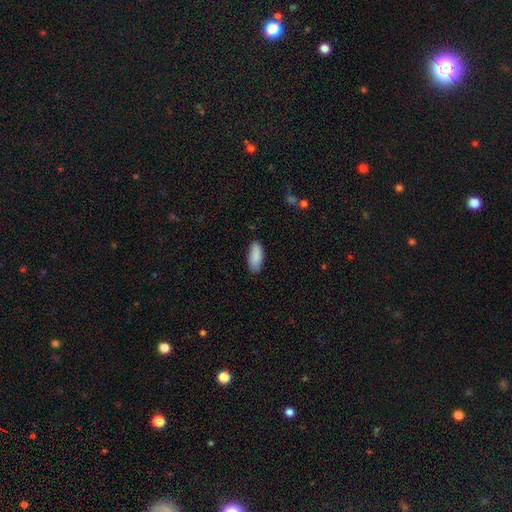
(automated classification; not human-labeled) A smooth galaxy with no disk features (89%) that is in between round and cigar-shaped (81%).

Vote fractions:
- Smooth or featured? smooth: 89% / star or artifact: 6% / featured or disk: 5%
- How rounded? in between: 81% / cigar-shaped: 18% / round: 2%
- Merging? none: 83% / minor disturbance: 13% / major disturbance: 2% / merger: 1%